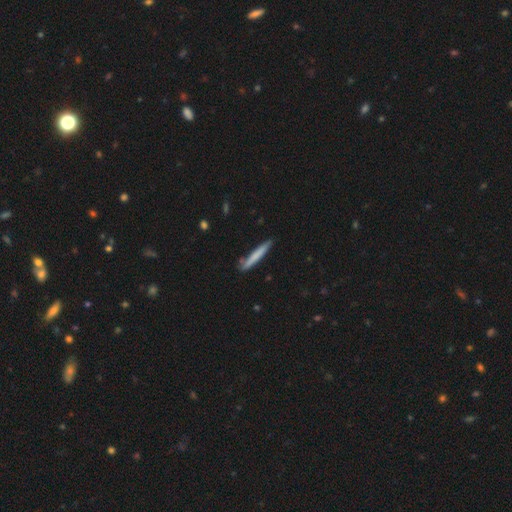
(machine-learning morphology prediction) type=smooth (71%); roundness=cigar-shaped (96%); merging=none (82%).